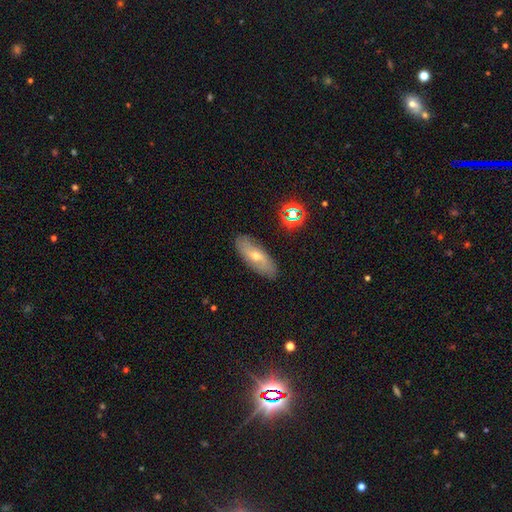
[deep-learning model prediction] Smooth or featured? Predicted: featured or disk (p=0.54). Edge-on disk? Predicted: no (p=0.79). Merging? Predicted: none (p=0.84).